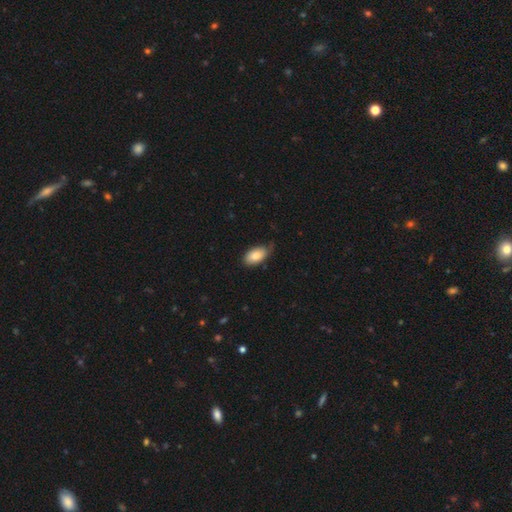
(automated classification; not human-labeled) Smooth or featured?
  - smooth: 81% *
  - featured or disk: 12%
  - star or artifact: 7%
How rounded?
  - in between: 94% *
  - round: 4%
  - cigar-shaped: 2%
Merging?
  - none: 62% *
  - minor disturbance: 31%
  - major disturbance: 6%
  - merger: 2%